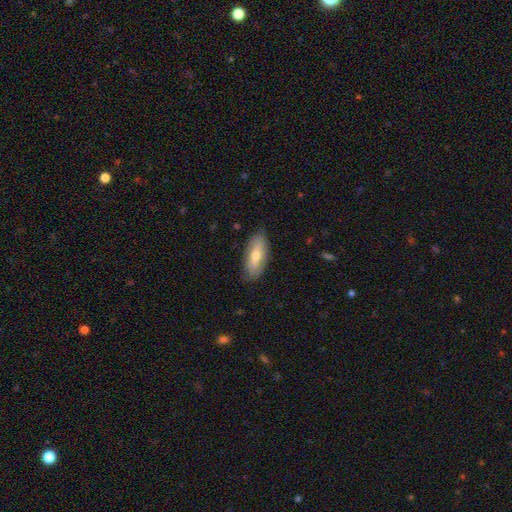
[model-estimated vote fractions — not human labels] A smooth galaxy with no disk features (68%) that is in between round and cigar-shaped (79%). Merging: none (84%).